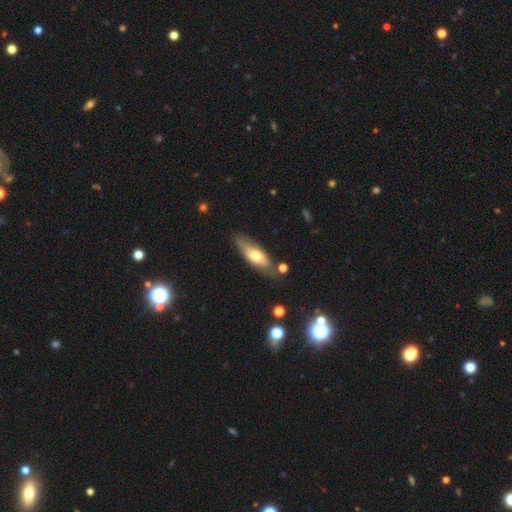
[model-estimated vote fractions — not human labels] Smooth or featured: smooth — 58% (featured or disk — 36%)
How rounded: in between — 63% (cigar-shaped — 35%)
Merging: none — 76% (minor disturbance — 16%)